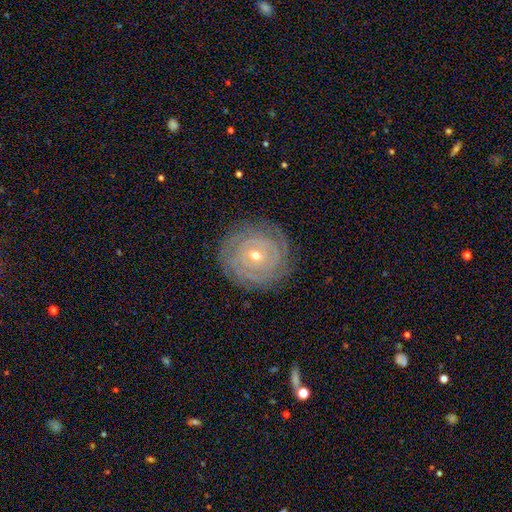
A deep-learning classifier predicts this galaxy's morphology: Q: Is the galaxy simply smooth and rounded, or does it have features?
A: featured or disk — 85%.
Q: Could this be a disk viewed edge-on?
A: no — 97%.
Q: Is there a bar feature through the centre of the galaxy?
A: no — 60%.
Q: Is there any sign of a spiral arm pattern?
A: yes — 96%.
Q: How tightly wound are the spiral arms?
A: tight — 90%.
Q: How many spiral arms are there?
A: can't tell — 31%.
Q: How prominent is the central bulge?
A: small — 55%.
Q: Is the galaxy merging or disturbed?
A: none — 85%.